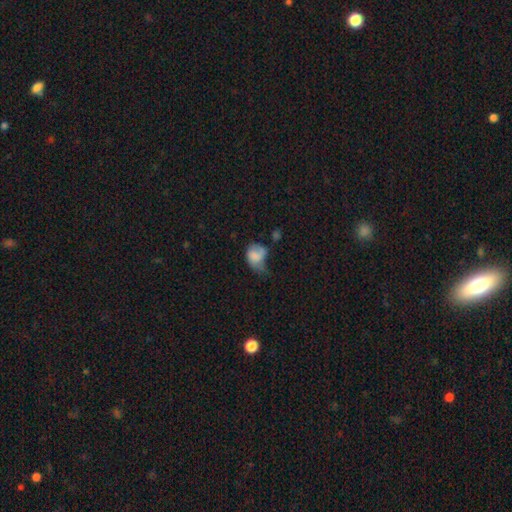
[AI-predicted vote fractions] Smooth or featured?
  - smooth: 70% *
  - featured or disk: 21%
  - star or artifact: 9%
How rounded?
  - in between: 59% *
  - round: 39%
  - cigar-shaped: 1%
Merging?
  - major disturbance: 39% *
  - minor disturbance: 35%
  - none: 19%
  - merger: 7%